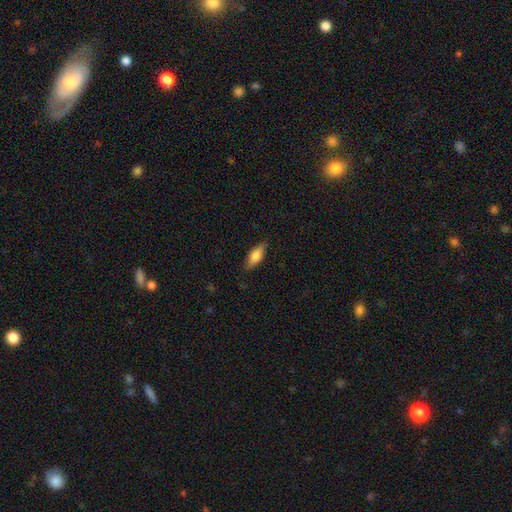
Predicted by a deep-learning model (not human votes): smooth-or-featured: smooth: 69% | featured or disk: 25% | star or artifact: 6%
  how-rounded: in between: 71% | cigar-shaped: 26% | round: 3%
  merging: none: 84% | minor disturbance: 13% | major disturbance: 3% | merger: 1%